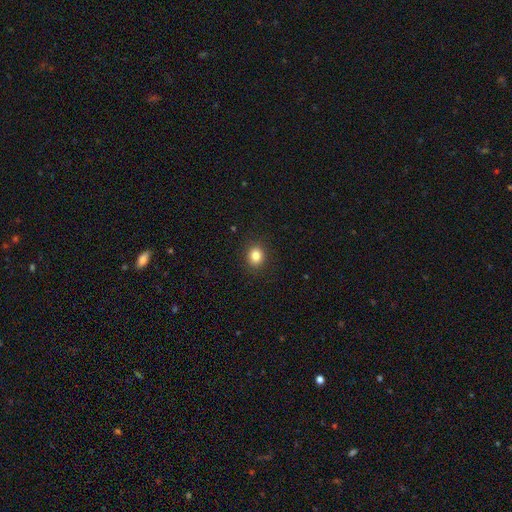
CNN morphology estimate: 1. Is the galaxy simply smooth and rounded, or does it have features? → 85% smooth, 11% star or artifact, 5% featured or disk.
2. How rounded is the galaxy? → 65% round, 34% in between, 1% cigar-shaped.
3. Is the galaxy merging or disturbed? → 90% none, 7% minor disturbance, 2% major disturbance, 1% merger.